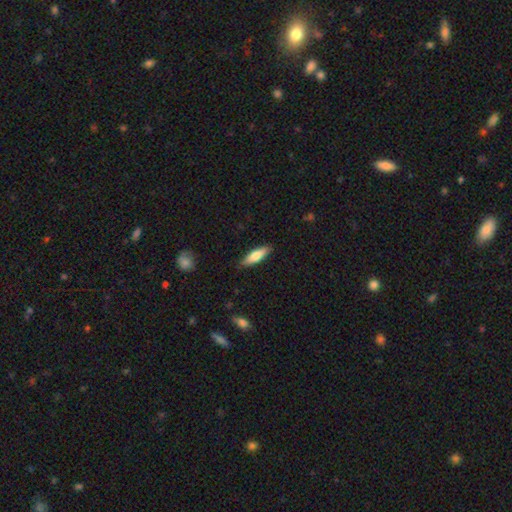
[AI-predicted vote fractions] Smooth or featured? Predicted: smooth (p=0.70). How rounded? Predicted: cigar-shaped (p=0.59). Merging? Predicted: none (p=0.86).